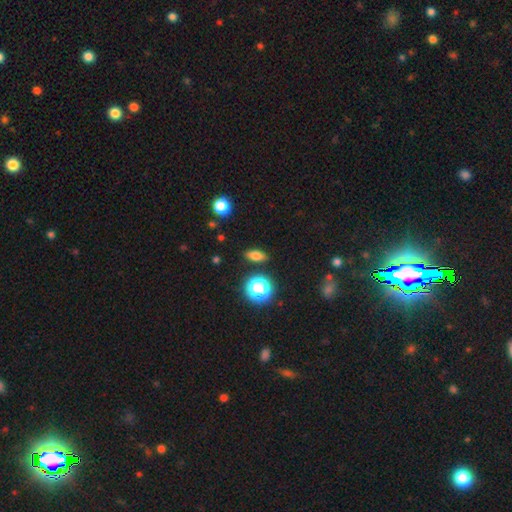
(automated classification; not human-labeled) smooth_or_featured: smooth (p=0.70) [alt: star or artifact p=0.15]
how_rounded: in between (p=0.67) [alt: round p=0.16]
merging: none (p=0.87) [alt: minor disturbance p=0.09]